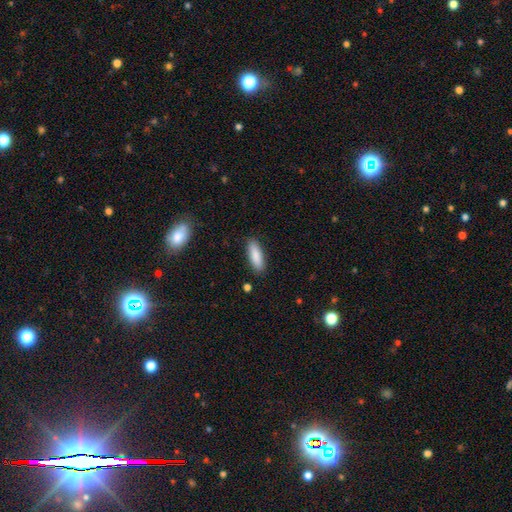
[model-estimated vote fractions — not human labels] This appears to be a smooth galaxy with no disk features (86%) that is in between round and cigar-shaped (55%). Merging: none (87%).